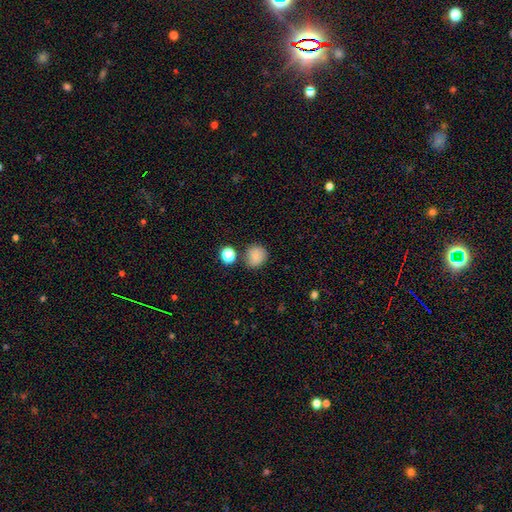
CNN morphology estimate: The model was most divided on "merging": none: 77%, minor disturbance: 13%, merger: 6%, major disturbance: 4%. More confident: smooth or featured — smooth (83%); how rounded — round (83%).